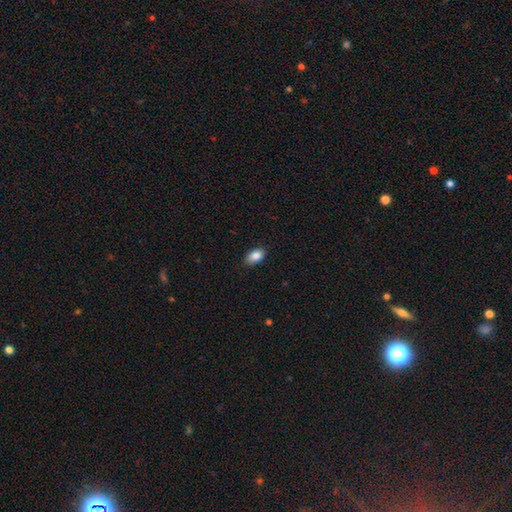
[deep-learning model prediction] smooth-or-featured: smooth: 86% | star or artifact: 8% | featured or disk: 6%
  how-rounded: in between: 91% | round: 7% | cigar-shaped: 2%
  merging: none: 85% | minor disturbance: 12% | major disturbance: 2% | merger: 1%